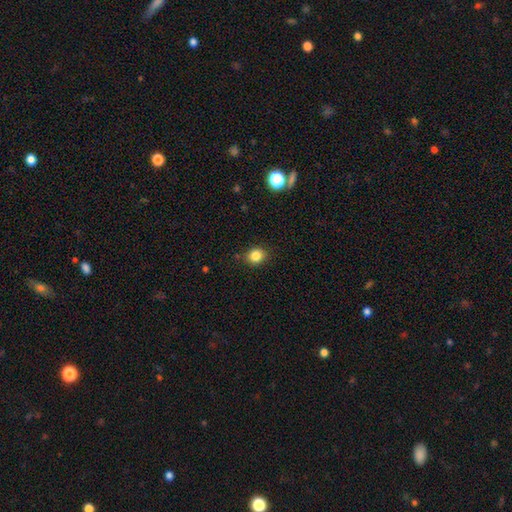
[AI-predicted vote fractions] Smooth or featured?
  - smooth: 84% *
  - star or artifact: 11%
  - featured or disk: 5%
How rounded?
  - round: 79% *
  - in between: 20%
  - cigar-shaped: 1%
Merging?
  - none: 86% *
  - minor disturbance: 10%
  - major disturbance: 2%
  - merger: 2%